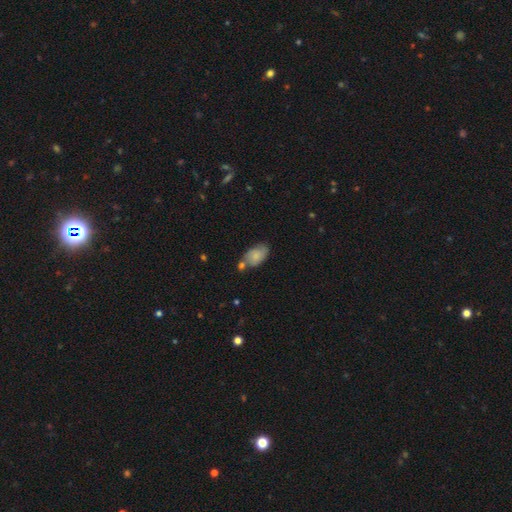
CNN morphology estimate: Overall: smooth (75%). How rounded: in between (91%). Merging: none (51%; minor disturbance 24%).